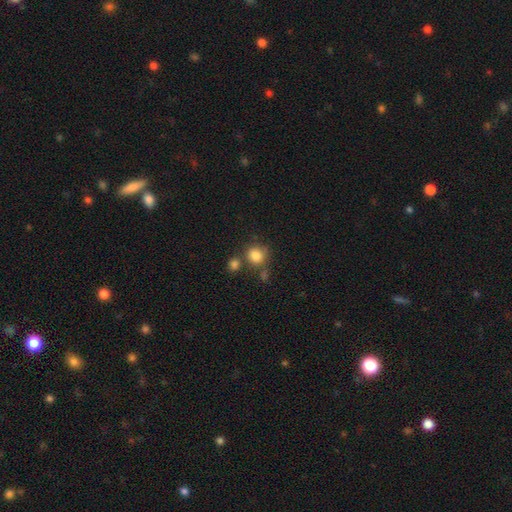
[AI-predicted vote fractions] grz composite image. It shows a smooth galaxy with no disk features (84%) that is round (84%). Merging: none (63%).